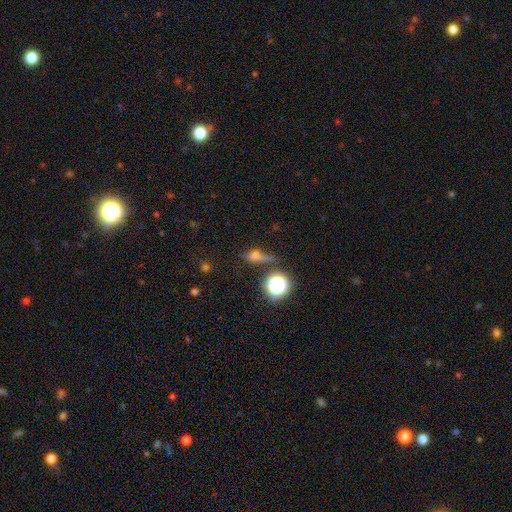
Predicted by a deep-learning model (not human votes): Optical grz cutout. It shows a smooth galaxy with no disk features (46%). Merging: none (56%).